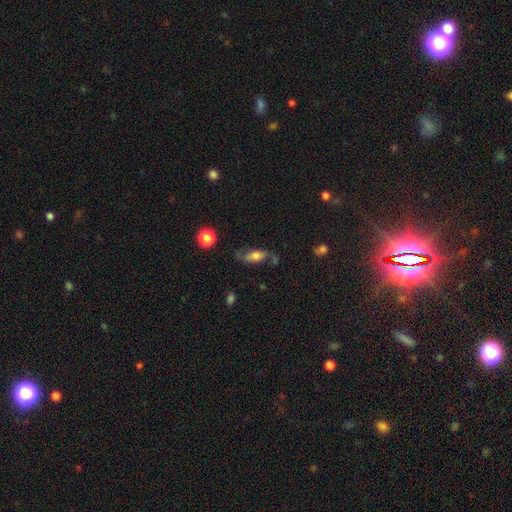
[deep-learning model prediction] Smooth or featured? Predicted: smooth (p=0.47). Merging? Predicted: none (p=0.59).